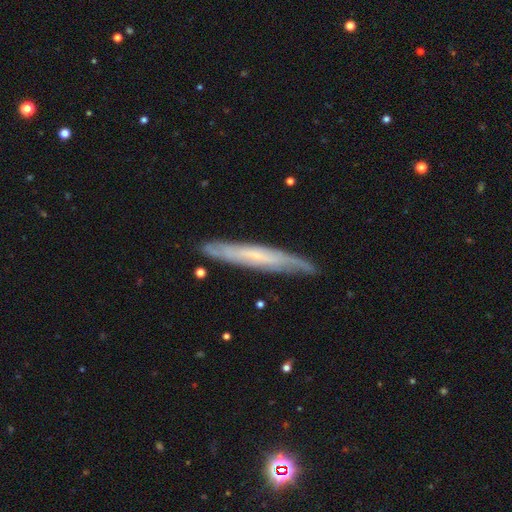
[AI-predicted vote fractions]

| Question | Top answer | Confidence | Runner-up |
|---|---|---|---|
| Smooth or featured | featured or disk | 62% | smooth (32%) |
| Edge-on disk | yes | 72% | no (28%) |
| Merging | none | 81% | minor disturbance (15%) |